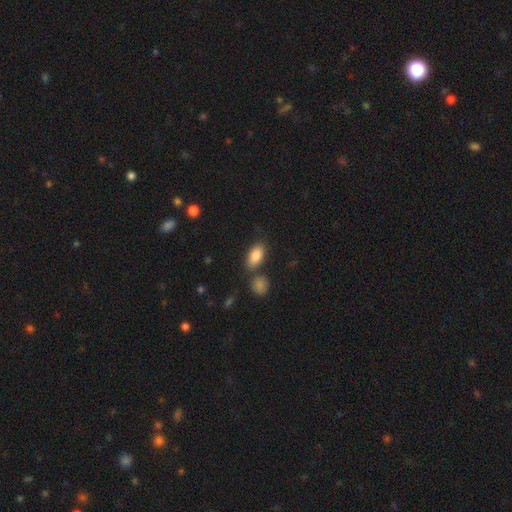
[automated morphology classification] This appears to be a smooth galaxy with no disk features (85%) that is in between round and cigar-shaped (90%). Merging: none (72%).